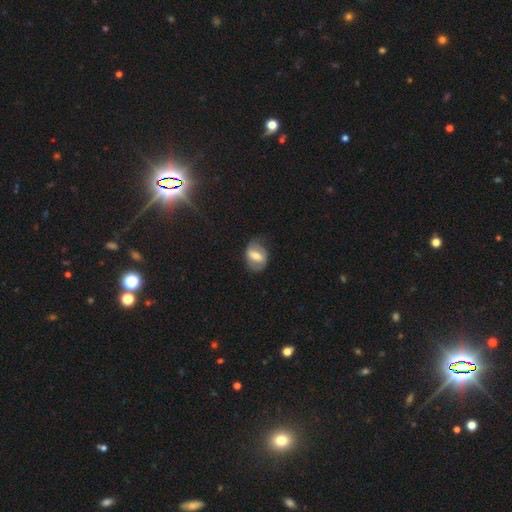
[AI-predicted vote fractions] The model was most divided on "smooth or featured": smooth: 50%, featured or disk: 42%, star or artifact: 8%. More confident: how rounded — in between (70%); merging — none (63%).